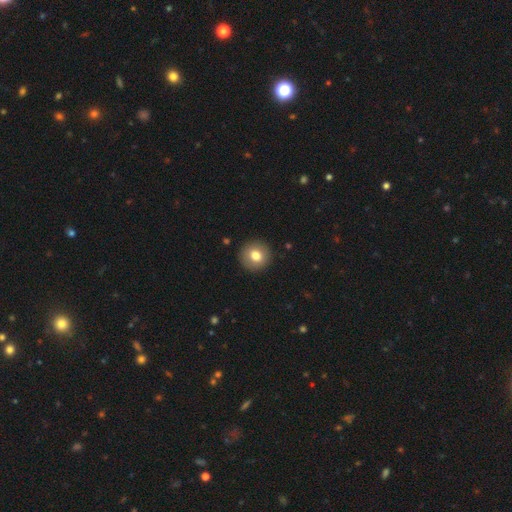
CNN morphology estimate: Smooth or featured: smooth — 78% (featured or disk — 13%)
How rounded: round — 92% (in between — 7%)
Merging: none — 91% (minor disturbance — 6%)